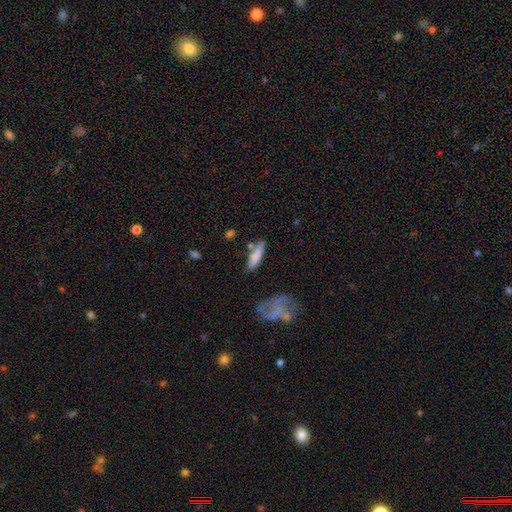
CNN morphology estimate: smooth 77%, featured or disk 16%, star or artifact 7%. Down the decision tree: how rounded — cigar-shaped (75%); merging — none (68%).